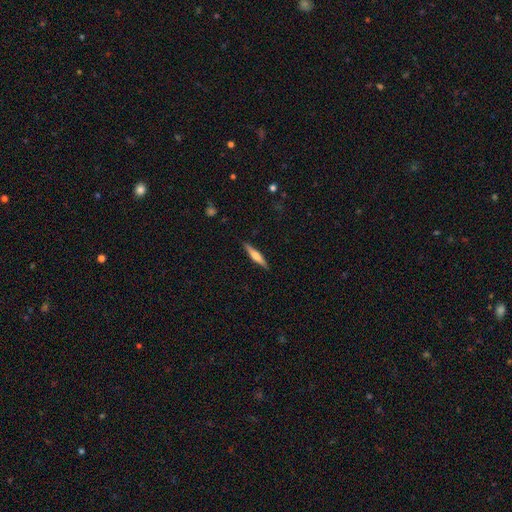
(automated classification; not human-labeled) Q: Smooth or featured?
A: smooth (47%); tied with: featured or disk (47%)
Q: Merging?
A: none (90%); runner-up: minor disturbance (8%)